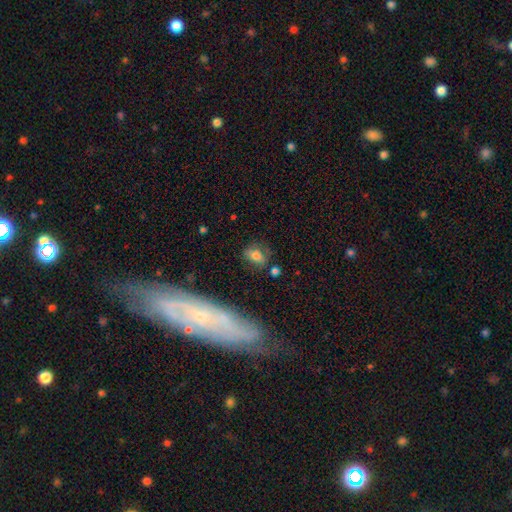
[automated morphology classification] smooth-or-featured: smooth: 71% | featured or disk: 16% | star or artifact: 13%
  how-rounded: in between: 66% | round: 30% | cigar-shaped: 4%
  merging: none: 69% | minor disturbance: 19% | major disturbance: 7% | merger: 5%